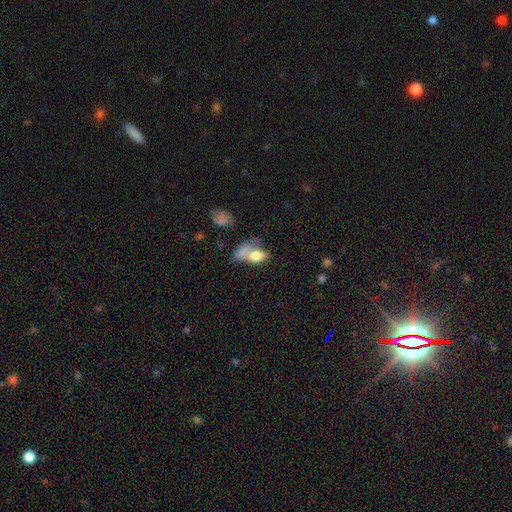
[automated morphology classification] smooth-or-featured: smooth: 74% | featured or disk: 18% | star or artifact: 9%
  how-rounded: in between: 82% | round: 12% | cigar-shaped: 6%
  merging: merger: 44% | none: 24% | major disturbance: 16% | minor disturbance: 16%